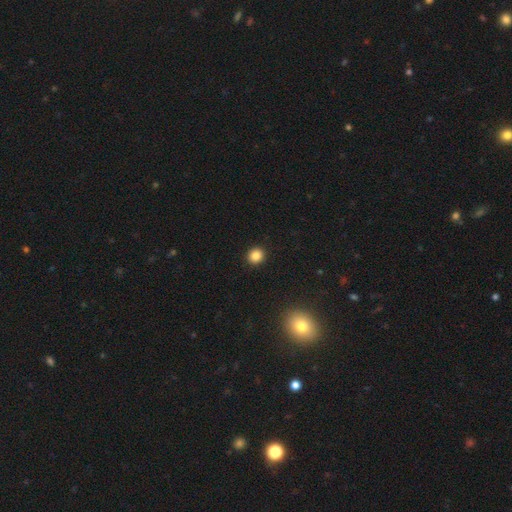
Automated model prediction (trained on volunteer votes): Smooth or featured? smooth (85%)
How rounded? round (87%)
Merging? none (92%)